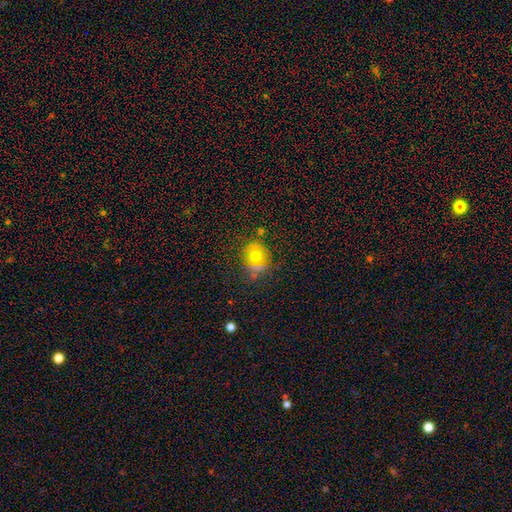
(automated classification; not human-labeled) smooth 61%, featured or disk 21%, star or artifact 18%. Down the decision tree: how rounded — round (77%); merging — none (66%).